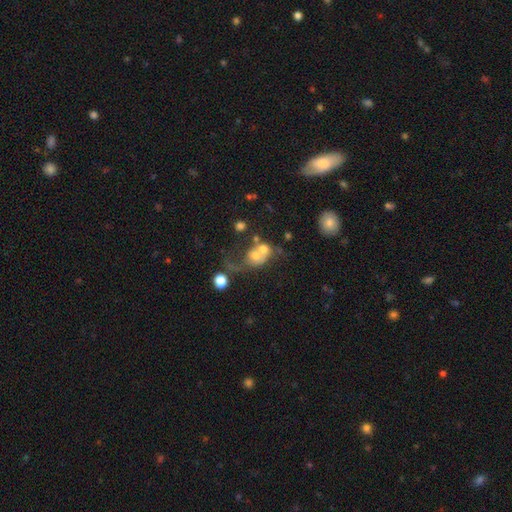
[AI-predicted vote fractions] The model was most divided on "smooth or featured": smooth: 53%, featured or disk: 35%, star or artifact: 12%. More confident: how rounded — round (63%); merging — merger (57%).